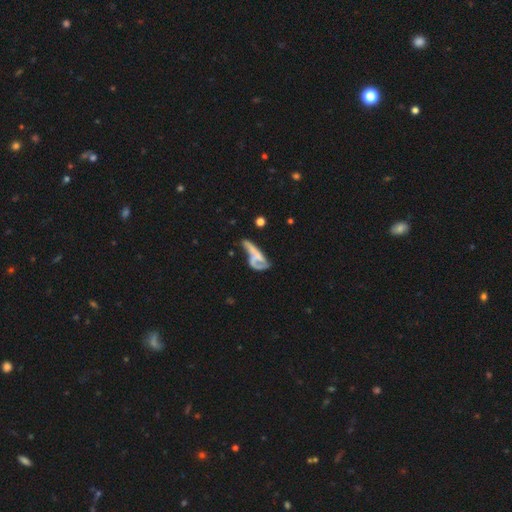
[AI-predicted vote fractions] Smooth or featured? featured or disk (53%)
Edge-on disk? no (80%)
Merging? merger (35%)